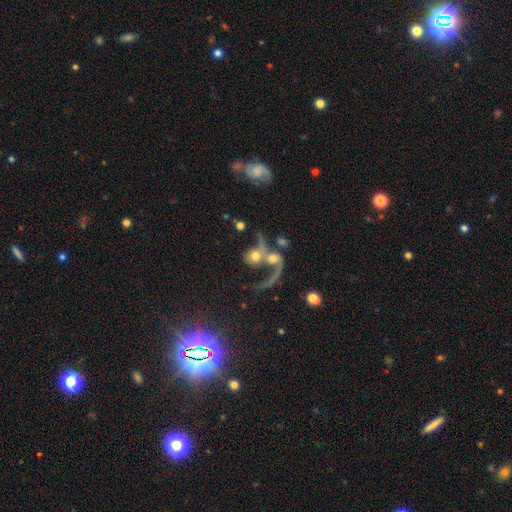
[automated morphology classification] A featured or disk galaxy (51%).

Vote fractions:
- Smooth or featured? featured or disk: 51% / smooth: 38% / star or artifact: 11%
- Edge-on disk? no: 95% / yes: 5%
- Merging? merger: 66% / major disturbance: 16% / none: 13% / minor disturbance: 5%